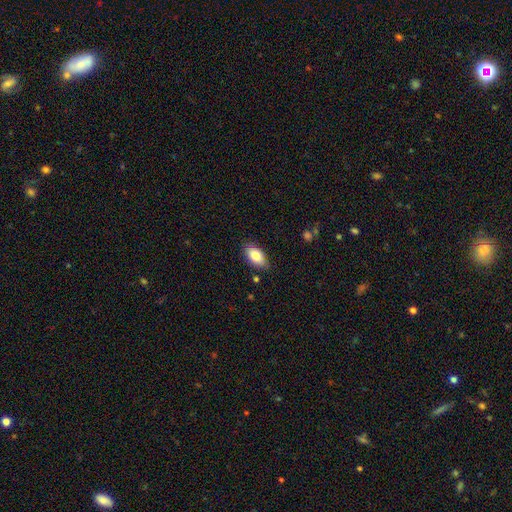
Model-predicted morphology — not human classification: Smooth or featured?
  - smooth: 80% *
  - featured or disk: 13%
  - star or artifact: 7%
How rounded?
  - in between: 91% *
  - cigar-shaped: 5%
  - round: 4%
Merging?
  - none: 82% *
  - minor disturbance: 14%
  - major disturbance: 2%
  - merger: 1%